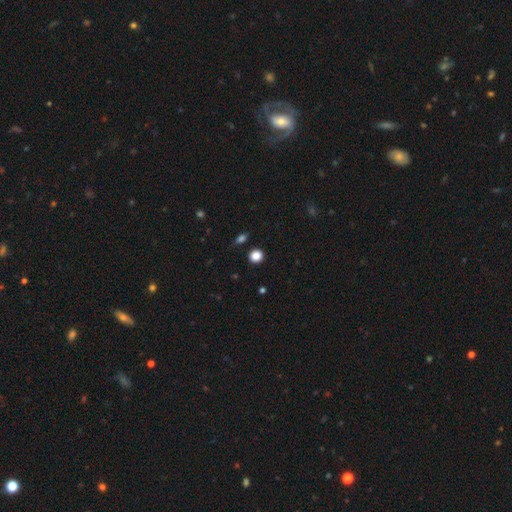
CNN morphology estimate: smooth-or-featured: smooth: 85% | star or artifact: 11% | featured or disk: 3%
  how-rounded: round: 85% | in between: 14% | cigar-shaped: 1%
  merging: none: 89% | minor disturbance: 6% | merger: 3% | major disturbance: 2%